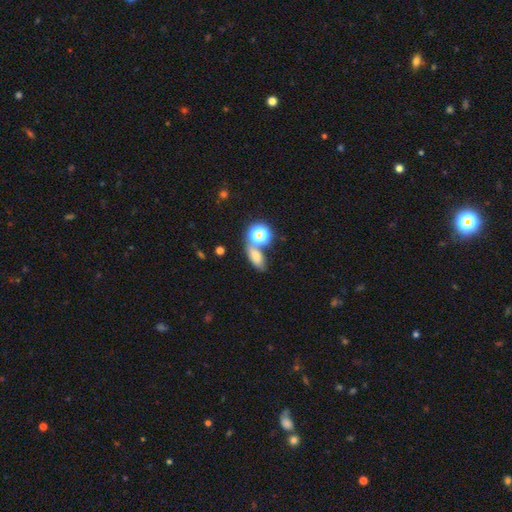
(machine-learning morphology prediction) This is likely a smooth galaxy (62%). How rounded: likely in between (69%). Merging: possibly none (58%).